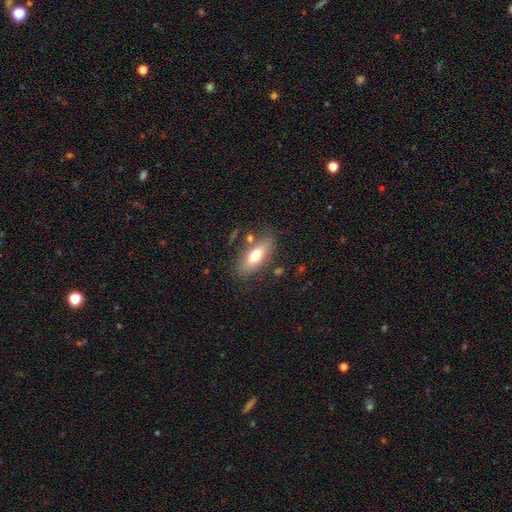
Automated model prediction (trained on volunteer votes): smooth 68%, featured or disk 25%, star or artifact 7%. Down the decision tree: how rounded — in between (71%); merging — none (73%).